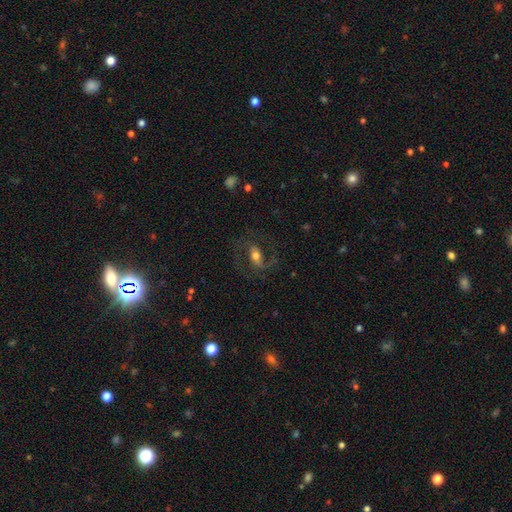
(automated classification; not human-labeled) Overall: featured or disk (70%). Edge-on disk: no (94%). Bar: weak (38%, tied with strong). Spiral arms: yes (88%). Spiral arm count: 2 (85%). Spiral winding: medium (53%; loose 33%). Bulge size: moderate (65%). Merging: none (68%).